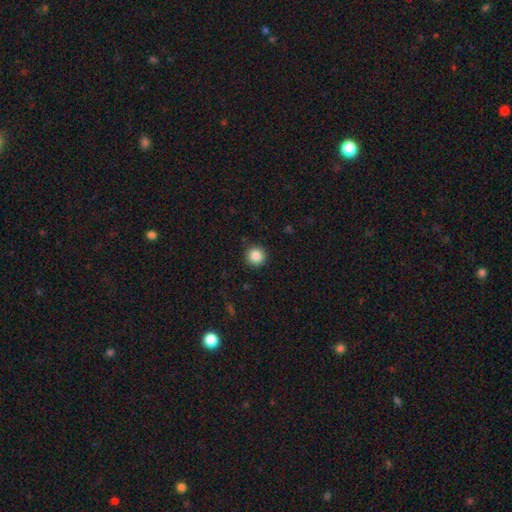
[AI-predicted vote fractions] The model was most divided on "smooth or featured": smooth: 86%, star or artifact: 10%, featured or disk: 4%. More confident: how rounded — round (95%); merging — none (92%).